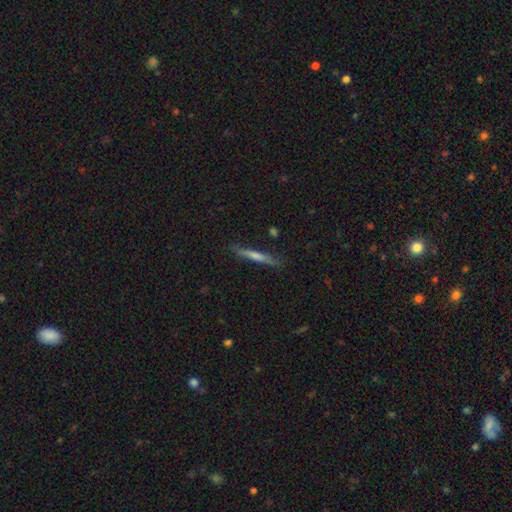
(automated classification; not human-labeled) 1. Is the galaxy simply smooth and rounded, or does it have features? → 61% featured or disk, 31% smooth, 8% star or artifact.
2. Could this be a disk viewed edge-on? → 96% yes, 4% no.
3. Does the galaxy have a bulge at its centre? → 59% rounded, 32% none, 9% boxy.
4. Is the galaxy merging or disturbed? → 88% none, 9% minor disturbance, 2% major disturbance, 1% merger.